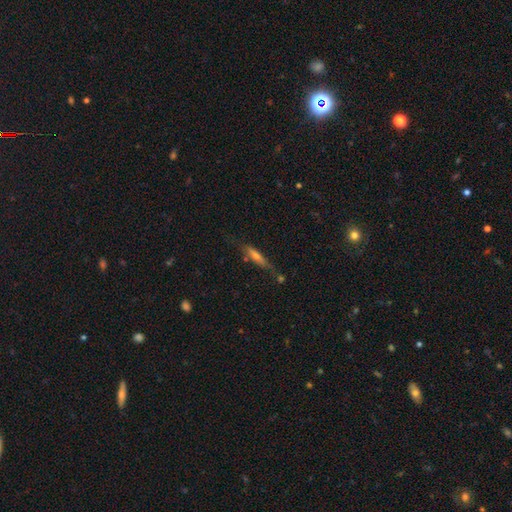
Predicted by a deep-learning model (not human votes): A featured or disk galaxy (48%). Merging: none (68%).